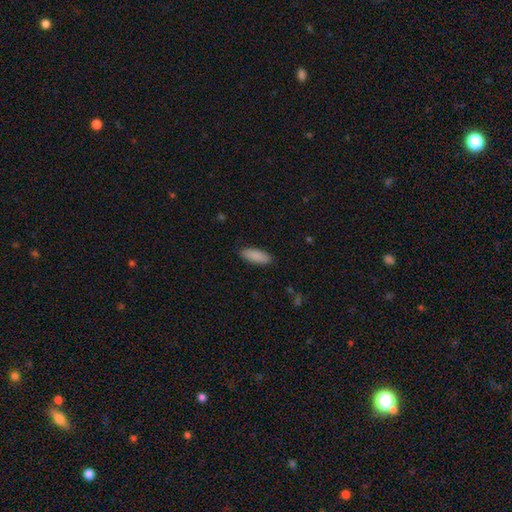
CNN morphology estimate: type=smooth (89%); roundness=in between (75%); merging=none (88%).